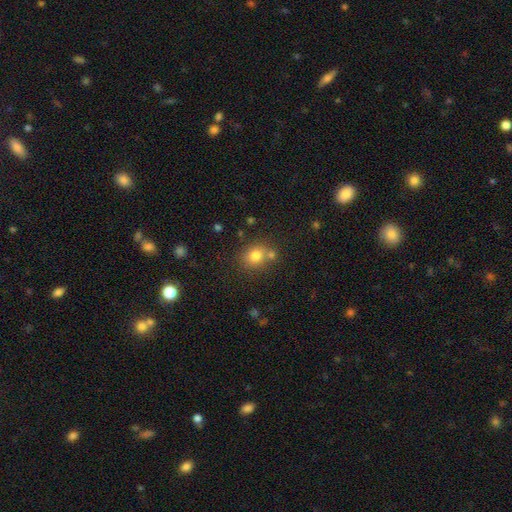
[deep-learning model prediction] The model was most divided on "how rounded": round: 69%, in between: 30%, cigar-shaped: 1%. More confident: smooth or featured — smooth (78%); merging — none (66%).